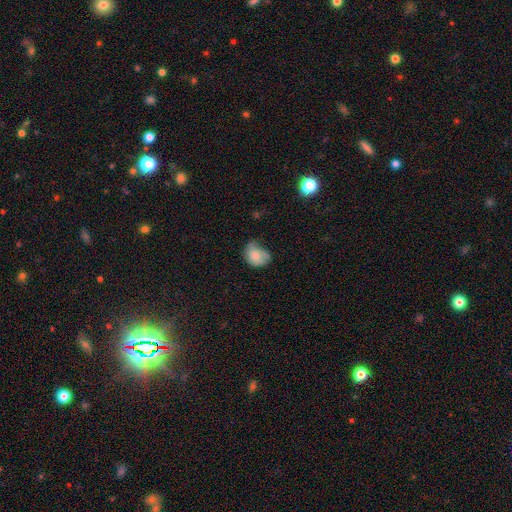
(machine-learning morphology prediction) smooth_or_featured: smooth (p=0.73) [alt: featured or disk p=0.18]
how_rounded: in between (p=0.54) [alt: round p=0.45]
merging: minor disturbance (p=0.41) [alt: none p=0.35]